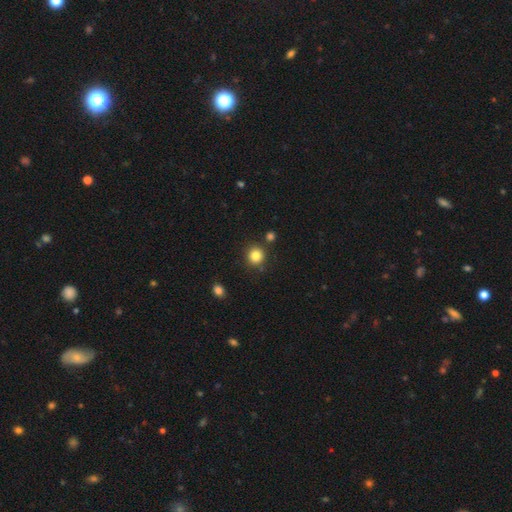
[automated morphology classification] A smooth galaxy with no disk features (83%) that is round (91%). Merging: none (84%).